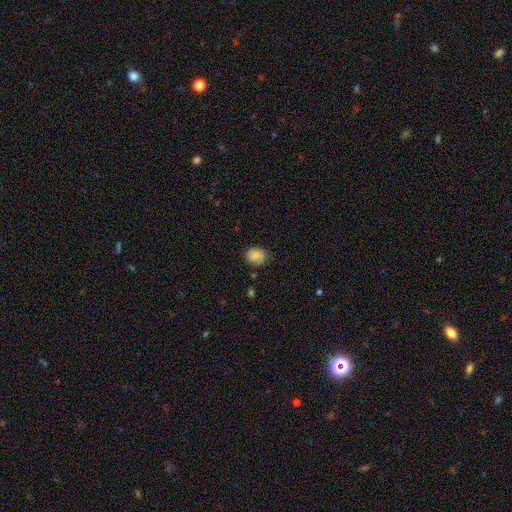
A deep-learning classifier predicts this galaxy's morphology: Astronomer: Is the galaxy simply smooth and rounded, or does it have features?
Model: smooth — 86%.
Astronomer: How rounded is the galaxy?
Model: round — 64%.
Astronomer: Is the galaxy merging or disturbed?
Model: none — 82%.